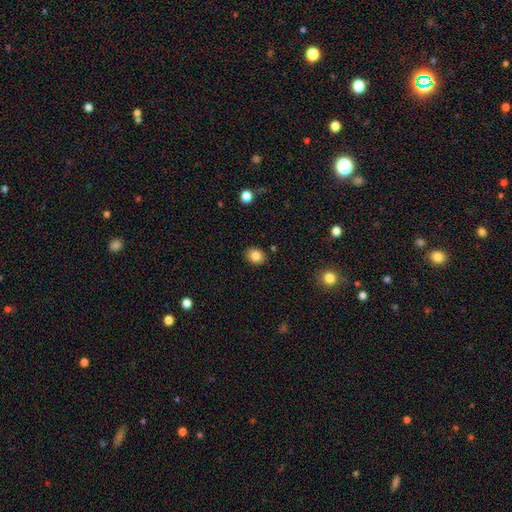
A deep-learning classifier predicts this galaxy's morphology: The model was most divided on "how rounded": round: 50%, in between: 49%, cigar-shaped: 1%. More confident: merging — none (87%); smooth or featured — smooth (84%).